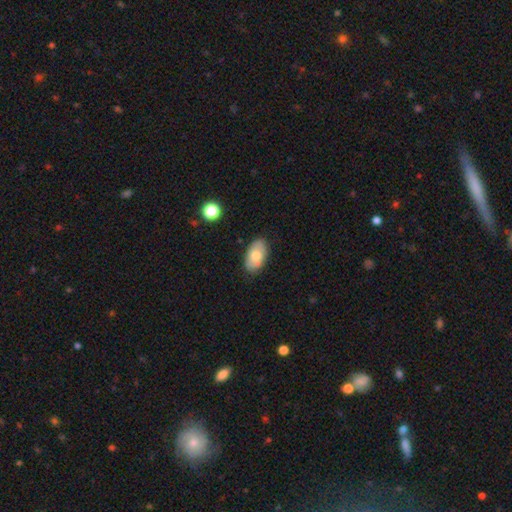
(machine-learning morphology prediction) Smooth or featured: smooth — 68% (featured or disk — 25%)
How rounded: in between — 93% (round — 5%)
Merging: none — 82% (minor disturbance — 13%)